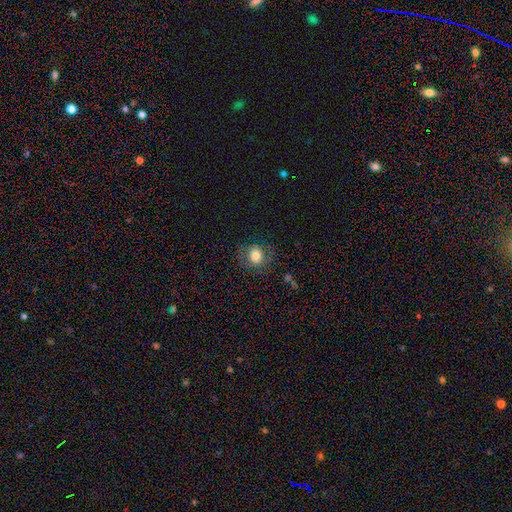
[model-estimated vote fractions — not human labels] A smooth galaxy with no disk features (79%) that is round (75%). Merging: none (77%).